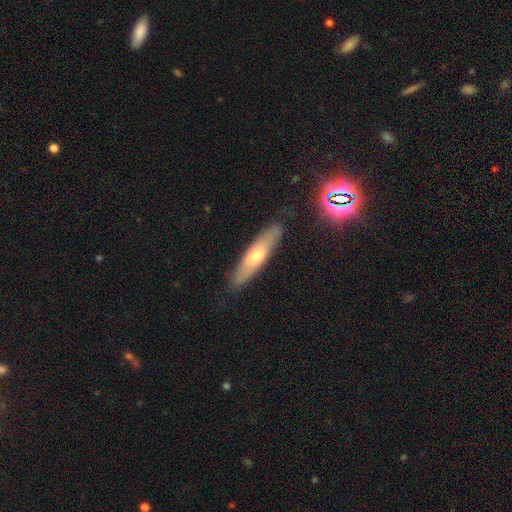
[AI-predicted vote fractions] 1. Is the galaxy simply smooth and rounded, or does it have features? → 53% smooth, 40% featured or disk, 7% star or artifact.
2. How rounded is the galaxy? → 77% cigar-shaped, 21% in between, 2% round.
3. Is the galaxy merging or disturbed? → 85% none, 11% minor disturbance, 2% major disturbance, 1% merger.